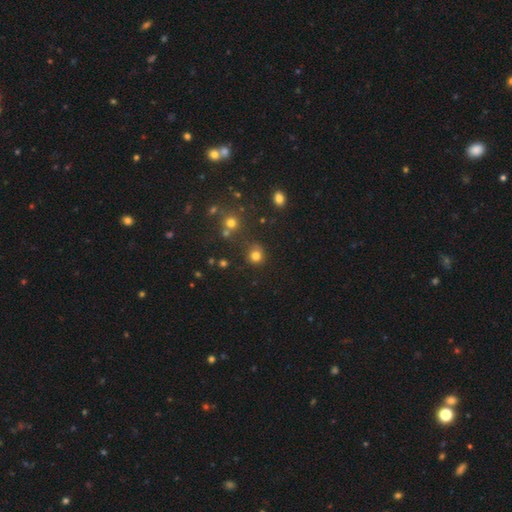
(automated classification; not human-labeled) The model was most divided on "merging": none: 75%, minor disturbance: 14%, merger: 6%, major disturbance: 5%. More confident: how rounded — round (87%); smooth or featured — smooth (78%).